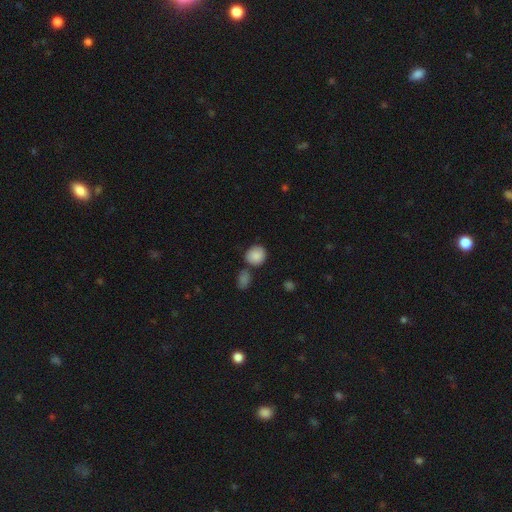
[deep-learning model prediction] Smooth or featured: smooth — 87% (star or artifact — 7%)
How rounded: round — 77% (in between — 22%)
Merging: none — 70% (merger — 14%)